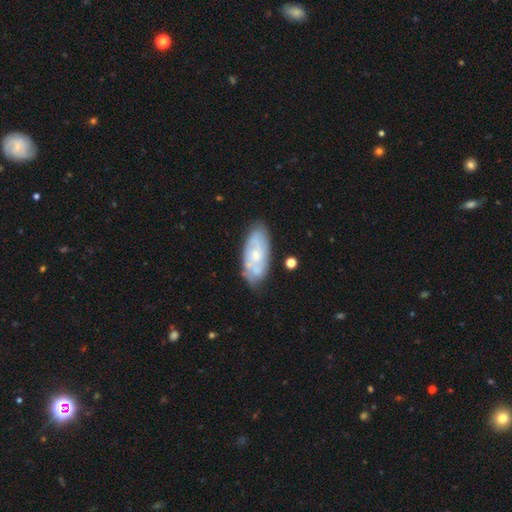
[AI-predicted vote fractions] featured or disk 63%, smooth 31%, star or artifact 6%. Down the decision tree: edge-on disk — no (92%); bar — no (73%); spiral arms — yes (73%); bulge size — small (57%); merging — none (69%).